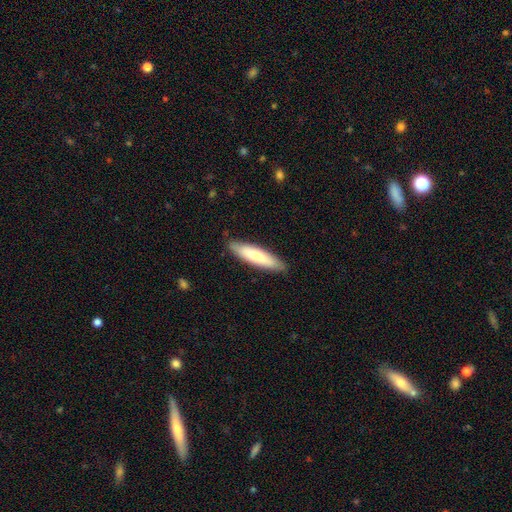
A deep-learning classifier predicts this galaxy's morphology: Smooth or featured?
  - smooth: 75% *
  - featured or disk: 20%
  - star or artifact: 5%
How rounded?
  - cigar-shaped: 75% *
  - in between: 24%
  - round: 1%
Merging?
  - none: 86% *
  - minor disturbance: 11%
  - major disturbance: 2%
  - merger: 1%